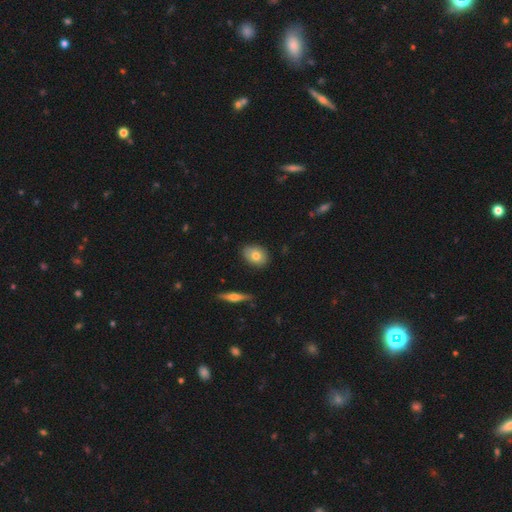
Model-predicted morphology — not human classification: This is likely a smooth galaxy (74%). How rounded: likely in between (71%). Merging: clearly none (85%).